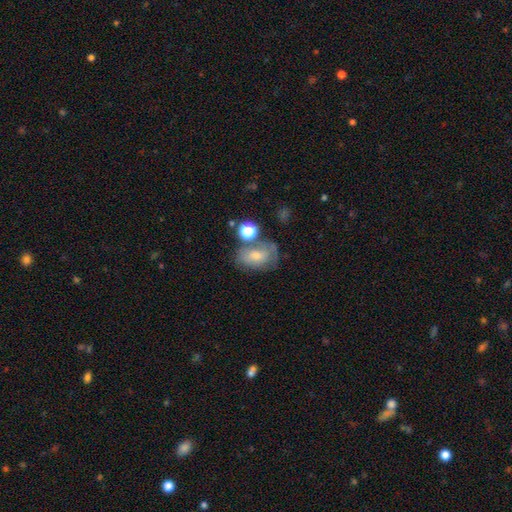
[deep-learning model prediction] This is possibly a smooth galaxy (55%). How rounded: likely in between (74%). Merging: possibly none (49%).